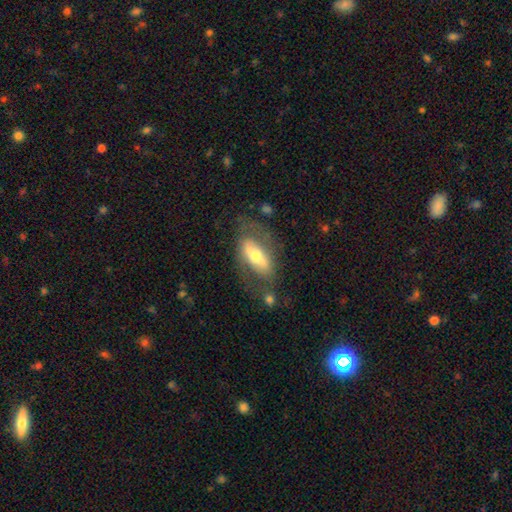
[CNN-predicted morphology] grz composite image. It shows a featured or disk galaxy (58%). Merging: none (59%).